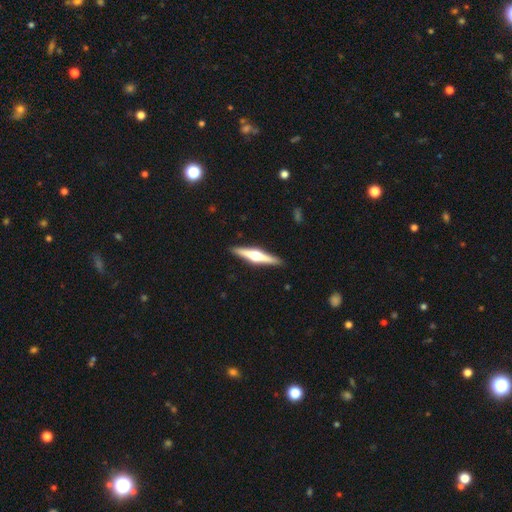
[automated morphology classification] Overall: featured or disk (73%). Edge-on disk: yes (98%). Edge-on bulge: rounded (95%). Merging: none (92%).